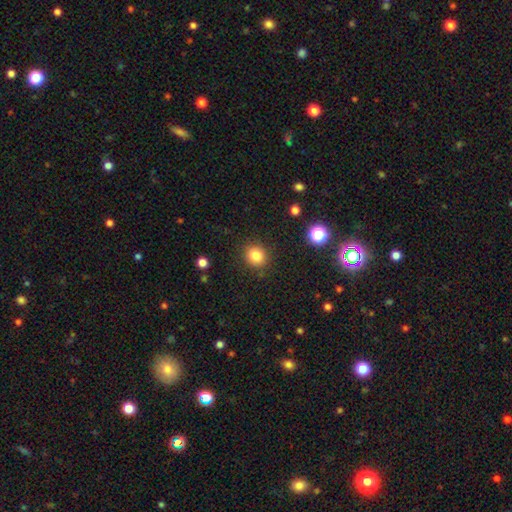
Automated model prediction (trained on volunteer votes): Morphology: type=smooth (82%); roundness=round (81%); merging=none (89%).